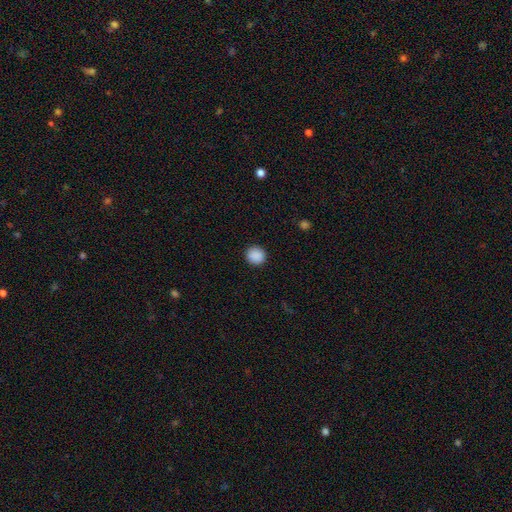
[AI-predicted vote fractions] Overall: smooth (89%). How rounded: round (92%). Merging: none (92%).